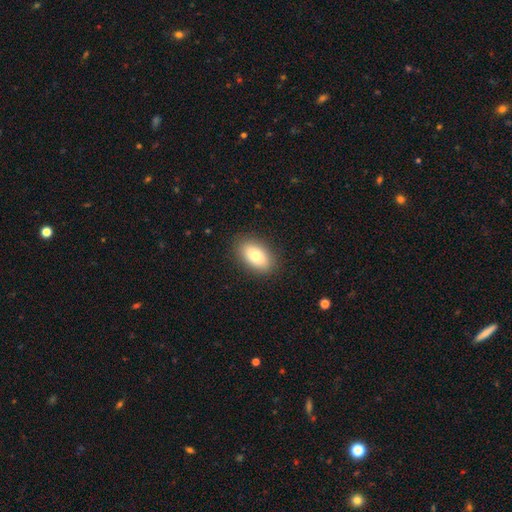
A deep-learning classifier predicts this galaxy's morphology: The model was most divided on "smooth or featured": smooth: 78%, featured or disk: 14%, star or artifact: 8%. More confident: how rounded — in between (91%); merging — none (87%).